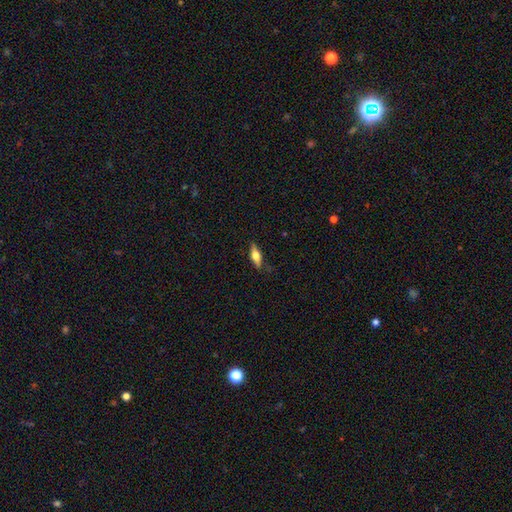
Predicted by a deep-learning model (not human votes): Overall: smooth (52%; featured or disk 41%). How rounded: in between (54%; cigar-shaped 43%). Merging: none (84%).